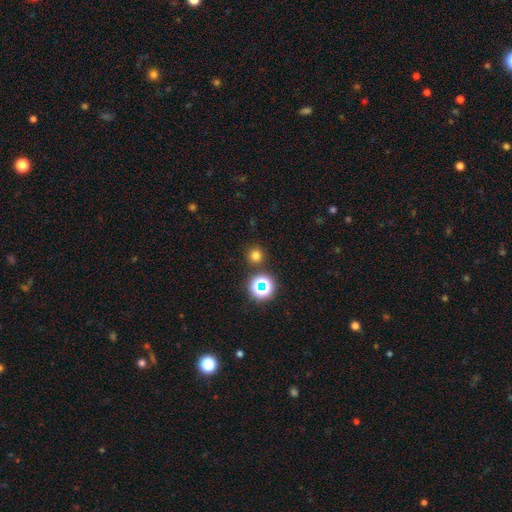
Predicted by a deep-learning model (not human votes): Smooth or featured? smooth (71%)
How rounded? round (94%)
Merging? none (87%)